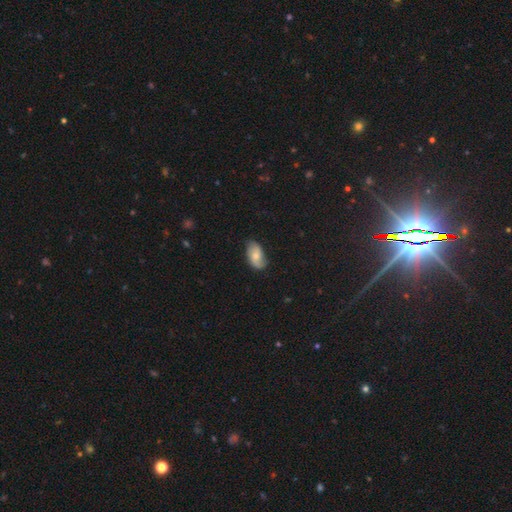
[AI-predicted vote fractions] smooth_or_featured: smooth (p=0.54) [alt: featured or disk p=0.39]
how_rounded: in between (p=0.93) [alt: round p=0.05]
merging: none (p=0.70) [alt: minor disturbance p=0.24]